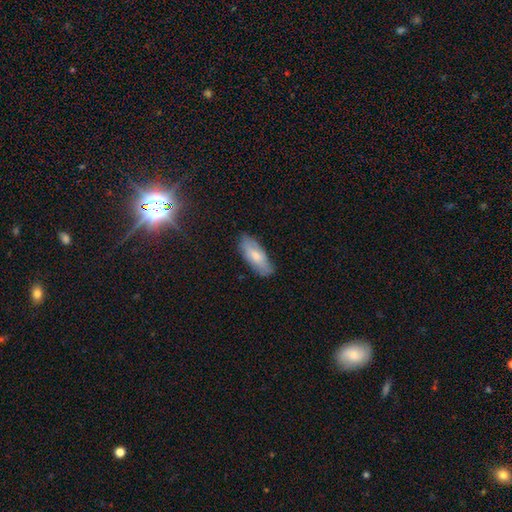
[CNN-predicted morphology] type=smooth (68%); roundness=in between (77%); merging=none (78%).